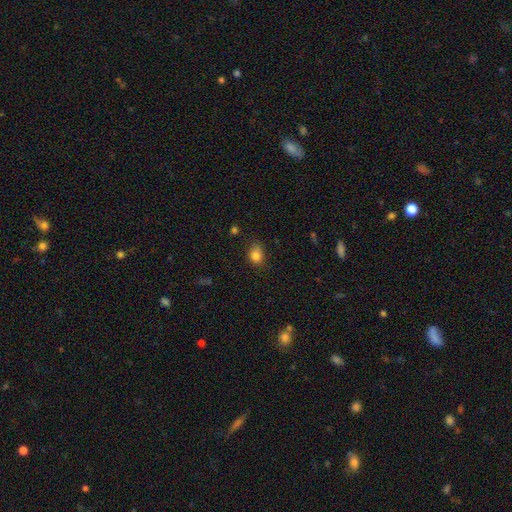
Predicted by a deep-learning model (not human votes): Smooth or featured: smooth — 83% (star or artifact — 11%)
How rounded: in between — 57% (round — 42%)
Merging: none — 71% (minor disturbance — 22%)